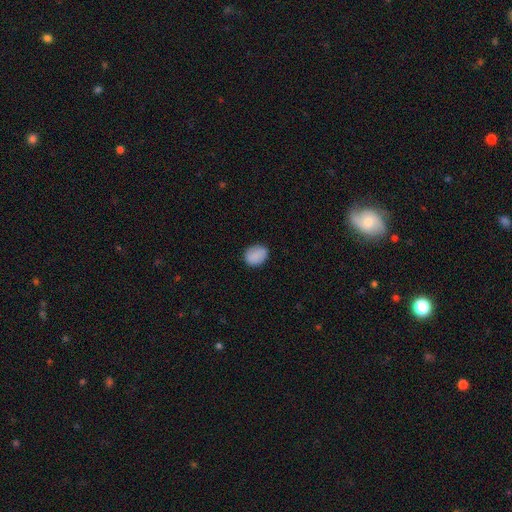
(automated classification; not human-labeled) Smooth or featured? smooth (87%)
How rounded? in between (53%)
Merging? none (83%)